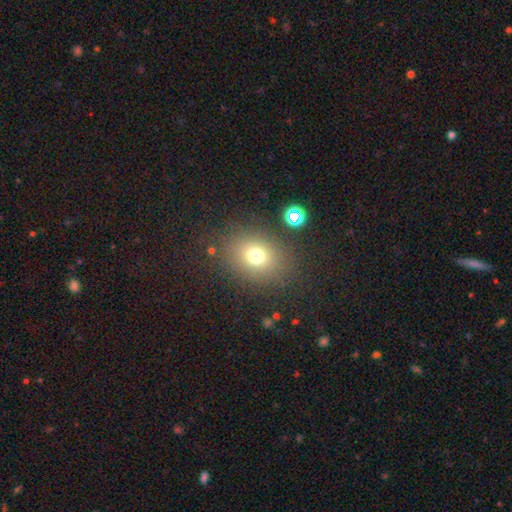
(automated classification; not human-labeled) smooth 73%, star or artifact 17%, featured or disk 10%. Down the decision tree: how rounded — round (51%); merging — none (81%).